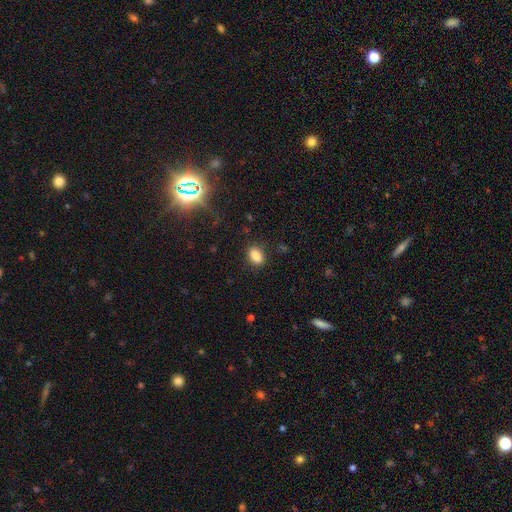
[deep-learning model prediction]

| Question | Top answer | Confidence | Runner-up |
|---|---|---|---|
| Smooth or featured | smooth | 84% | star or artifact (10%) |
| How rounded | in between | 85% | round (13%) |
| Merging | none | 85% | minor disturbance (11%) |